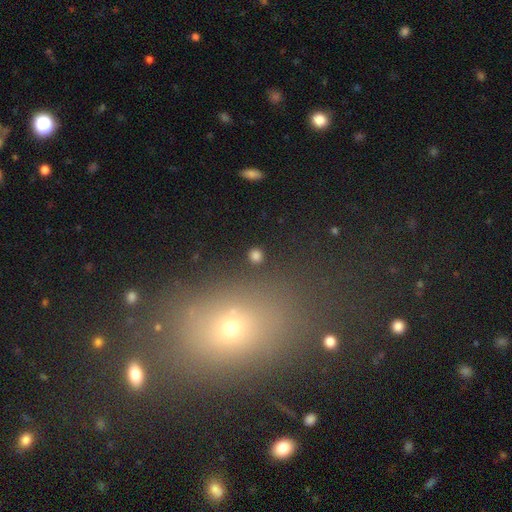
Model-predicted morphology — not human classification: Q: Smooth or featured?
A: smooth (80%); runner-up: star or artifact (16%)
Q: How rounded?
A: round (89%); runner-up: in between (9%)
Q: Merging?
A: none (90%); runner-up: minor disturbance (5%)